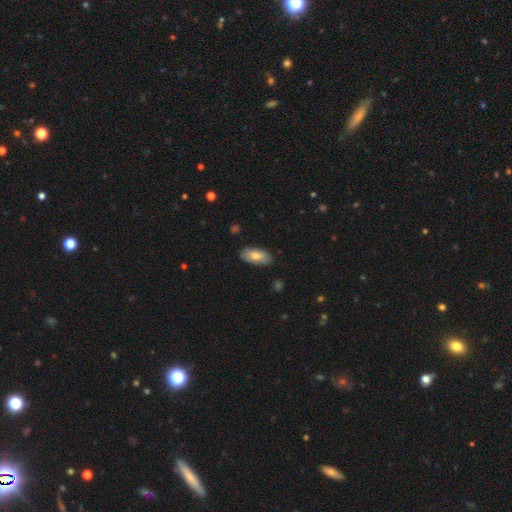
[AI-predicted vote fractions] A smooth galaxy with no disk features (75%) that is in between round and cigar-shaped (93%). Merging: none (84%).